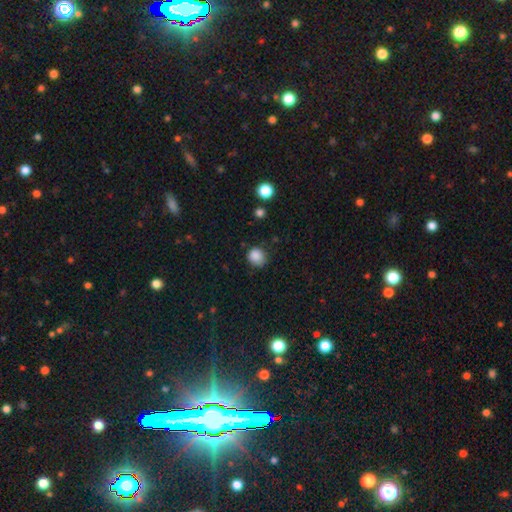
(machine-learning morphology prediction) Smooth or featured? Predicted: smooth (p=0.85). How rounded? Predicted: round (p=0.85). Merging? Predicted: none (p=0.74).